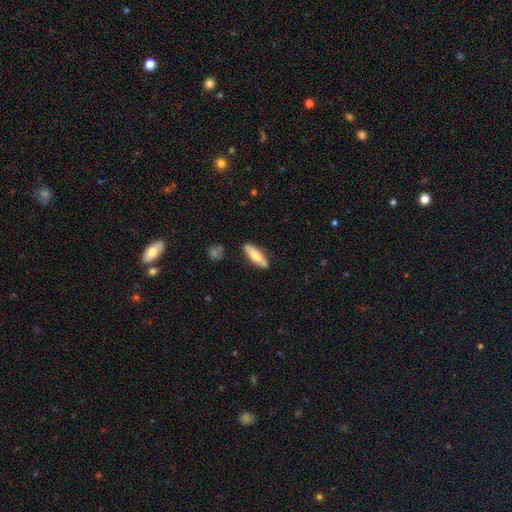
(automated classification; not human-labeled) A smooth galaxy with no disk features (71%) that is cigar-shaped (50%).

Vote fractions:
- Smooth or featured? smooth: 71% / featured or disk: 24% / star or artifact: 6%
- How rounded? cigar-shaped: 50% / in between: 48% / round: 2%
- Merging? none: 81% / minor disturbance: 14% / merger: 3% / major disturbance: 3%